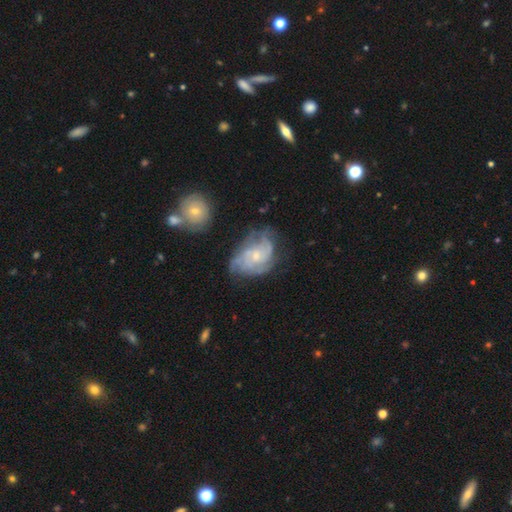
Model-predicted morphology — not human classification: Smooth or featured? Predicted: featured or disk (p=0.79). Edge-on disk? Predicted: no (p=0.97). Bar? Predicted: no (p=0.73). Spiral arms? Predicted: yes (p=0.89). Spiral winding? Predicted: tight (p=0.49). Spiral arm count? Predicted: can't tell (p=0.35). Bulge size? Predicted: small (p=0.65). Merging? Predicted: none (p=0.54).